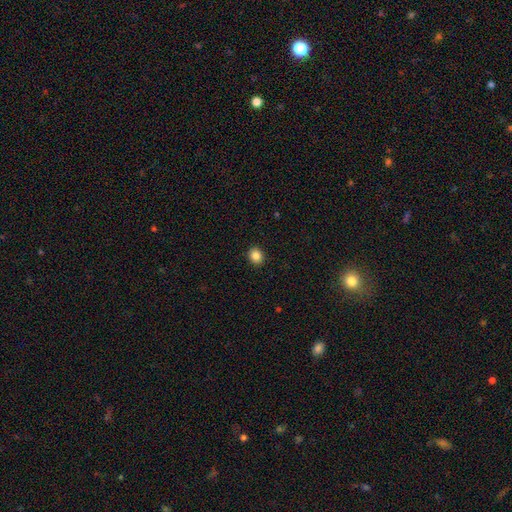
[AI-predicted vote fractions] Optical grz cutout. It shows a smooth galaxy with no disk features (86%) that is round (72%). Merging: none (92%).